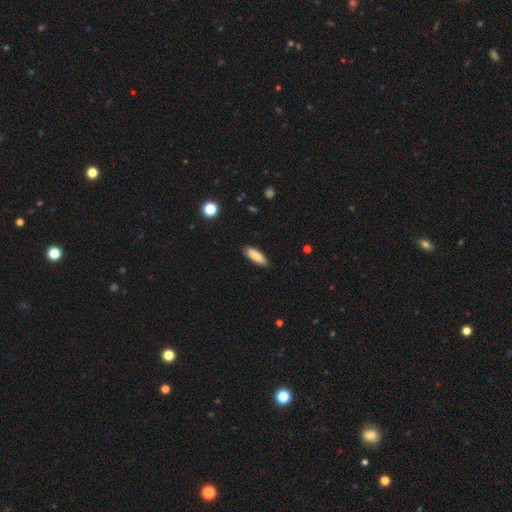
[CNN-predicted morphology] Smooth or featured? Predicted: smooth (p=0.87). How rounded? Predicted: in between (p=0.60). Merging? Predicted: none (p=0.87).